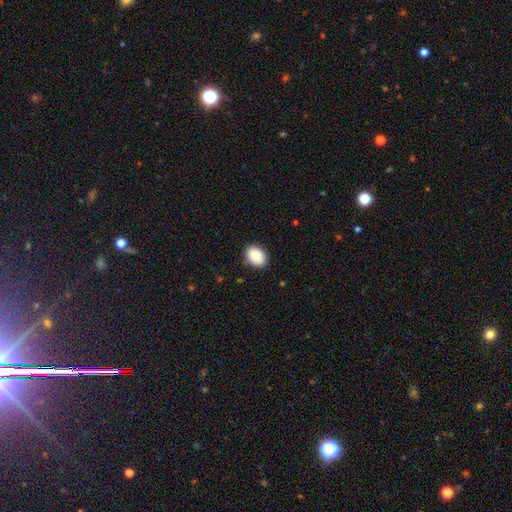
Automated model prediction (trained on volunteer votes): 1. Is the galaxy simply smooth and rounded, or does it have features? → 88% smooth, 7% star or artifact, 5% featured or disk.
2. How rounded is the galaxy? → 80% in between, 19% round, 1% cigar-shaped.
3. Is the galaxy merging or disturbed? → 85% none, 11% minor disturbance, 2% major disturbance, 1% merger.